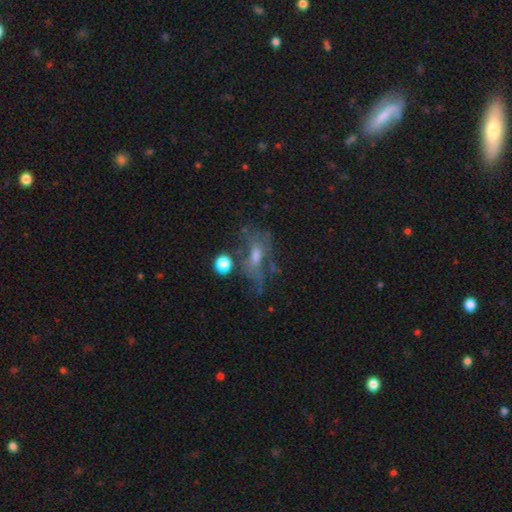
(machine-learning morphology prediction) This appears to be a featured or disk galaxy (51%). Merging: none (35%).